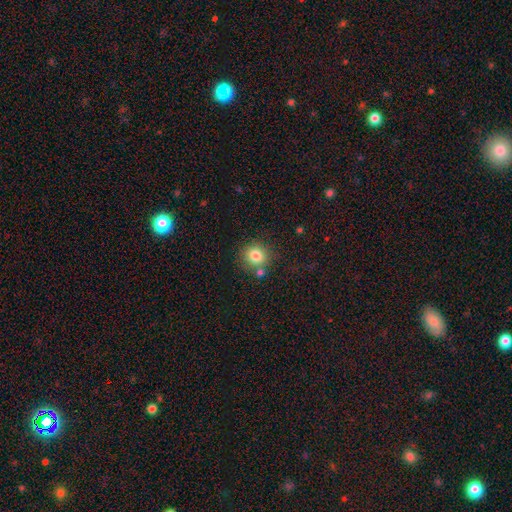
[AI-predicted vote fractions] A smooth galaxy with no disk features (81%) that is round (86%).

Vote fractions:
- Smooth or featured? smooth: 81% / star or artifact: 11% / featured or disk: 8%
- How rounded? round: 86% / in between: 13% / cigar-shaped: 1%
- Merging? none: 74% / merger: 12% / minor disturbance: 11% / major disturbance: 3%